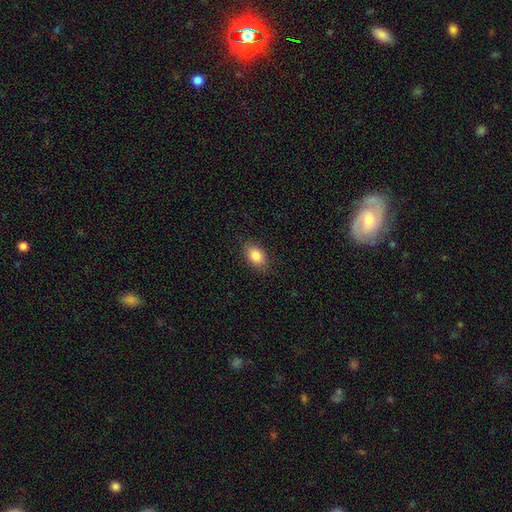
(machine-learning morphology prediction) This is clearly a smooth galaxy (85%). How rounded: clearly in between (82%). Merging: clearly none (85%).